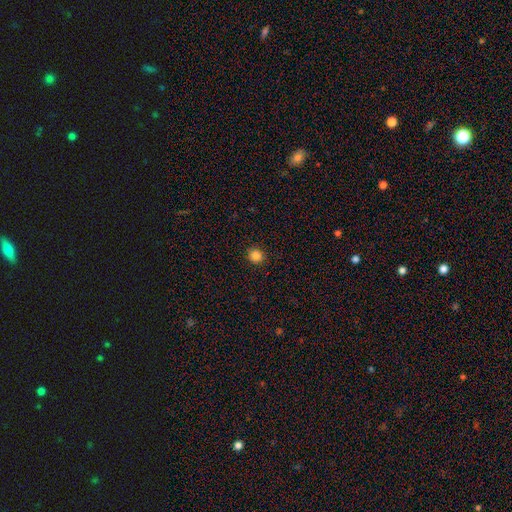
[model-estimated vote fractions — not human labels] This is clearly a smooth galaxy (85%). How rounded: clearly round (90%). Merging: clearly none (92%).